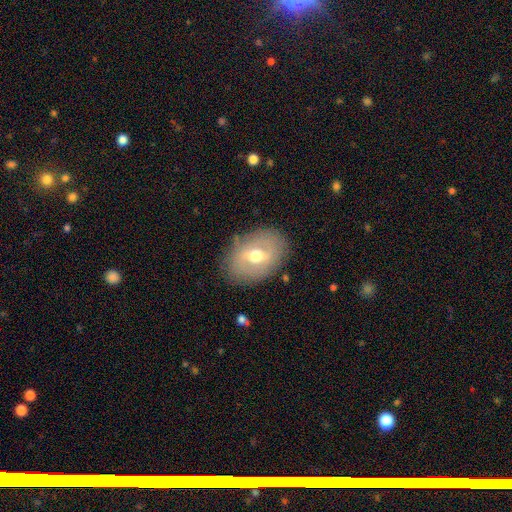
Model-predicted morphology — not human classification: featured or disk 52%, smooth 39%, star or artifact 8%. Down the decision tree: edge-on disk — no (91%); merging — none (82%).